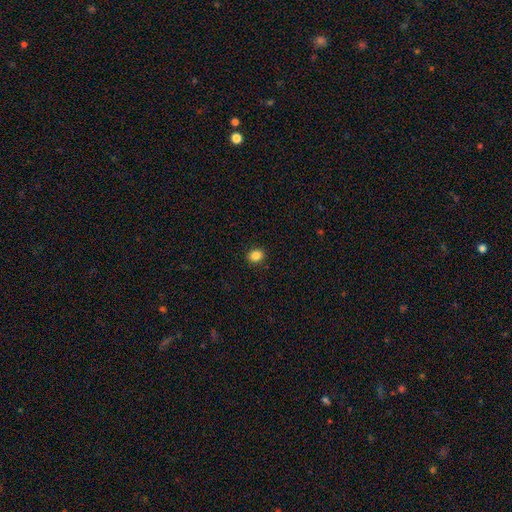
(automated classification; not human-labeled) A smooth galaxy with no disk features (86%) that is round (72%).

Vote fractions:
- Smooth or featured? smooth: 86% / star or artifact: 11% / featured or disk: 3%
- How rounded? round: 72% / in between: 27% / cigar-shaped: 1%
- Merging? none: 92% / minor disturbance: 6% / major disturbance: 2% / merger: 1%